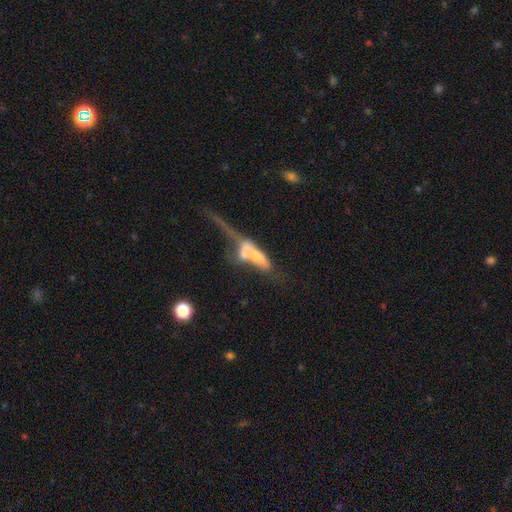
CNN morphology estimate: smooth 47%, featured or disk 42%, star or artifact 10%. Down the decision tree: merging — merger (65%).